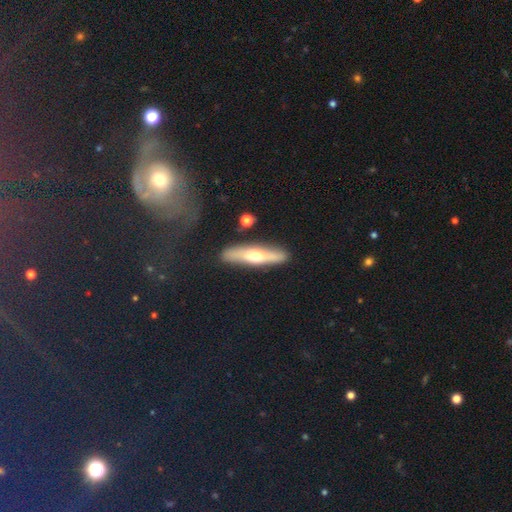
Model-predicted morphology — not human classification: Smooth or featured? Predicted: featured or disk (p=0.49). Merging? Predicted: none (p=0.86).